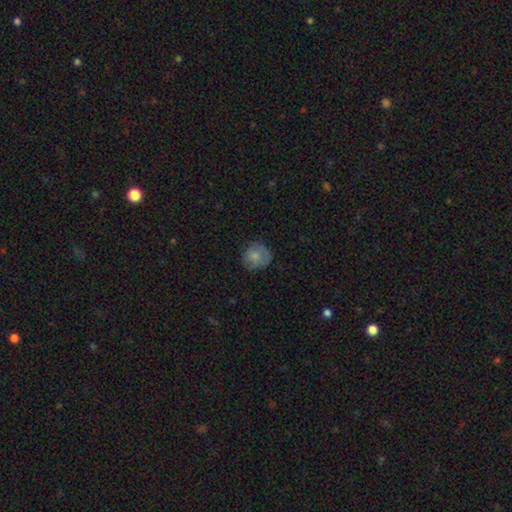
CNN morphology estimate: This is likely a smooth galaxy (78%). How rounded: clearly round (86%). Merging: likely none (72%).